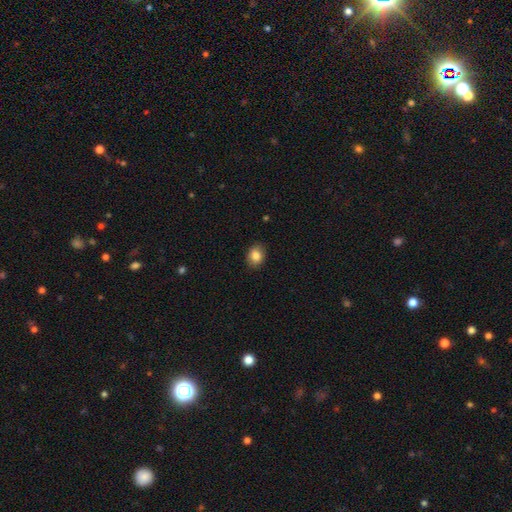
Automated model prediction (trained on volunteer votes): The model was most divided on "how rounded": in between: 50%, round: 49%, cigar-shaped: 1%. More confident: merging — none (88%); smooth or featured — smooth (85%).